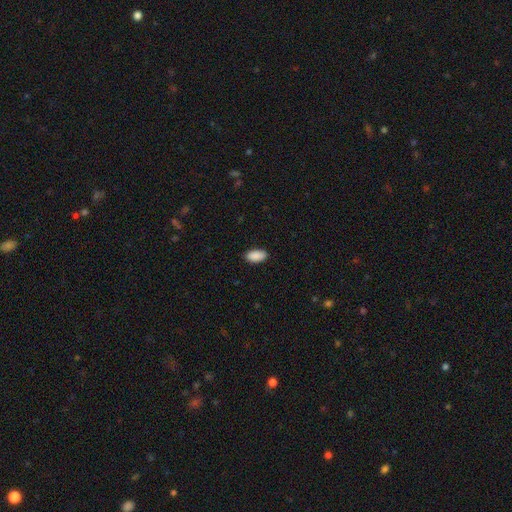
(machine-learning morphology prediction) Q: Smooth or featured?
A: smooth (90%); runner-up: star or artifact (7%)
Q: How rounded?
A: in between (94%); runner-up: cigar-shaped (4%)
Q: Merging?
A: none (88%); runner-up: minor disturbance (9%)